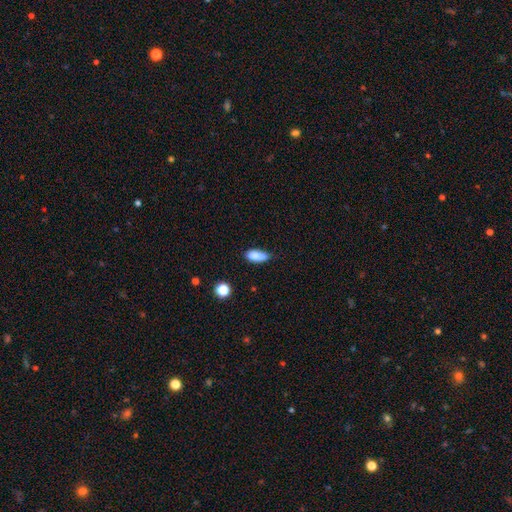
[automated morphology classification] Smooth or featured?
  - smooth: 83% *
  - star or artifact: 9%
  - featured or disk: 8%
How rounded?
  - in between: 84% *
  - cigar-shaped: 12%
  - round: 4%
Merging?
  - none: 55% *
  - minor disturbance: 34%
  - major disturbance: 7%
  - merger: 5%